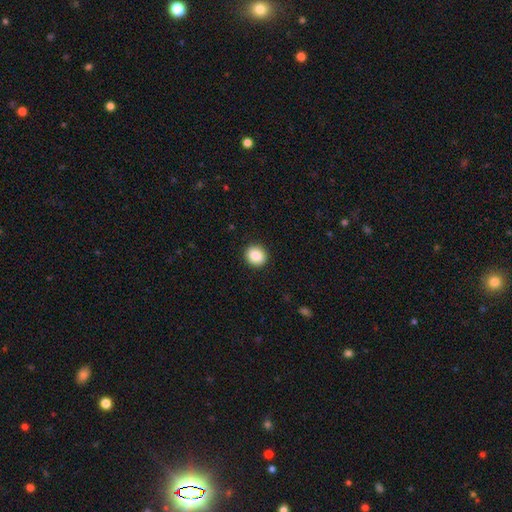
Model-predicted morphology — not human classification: Smooth or featured? smooth (88%)
How rounded? round (79%)
Merging? none (92%)